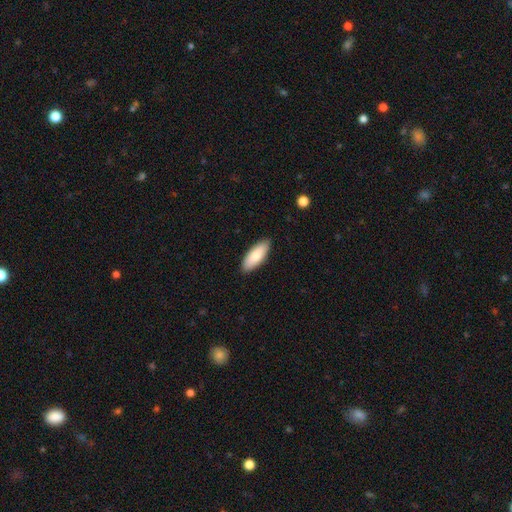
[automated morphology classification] Smooth or featured? Predicted: smooth (p=0.82). How rounded? Predicted: in between (p=0.75). Merging? Predicted: none (p=0.89).